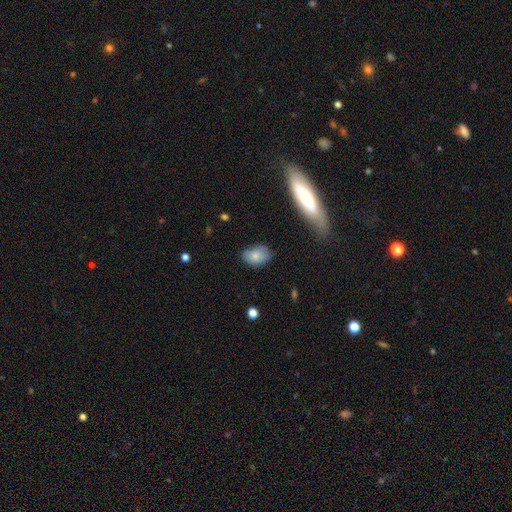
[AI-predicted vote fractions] Smooth or featured? Predicted: smooth (p=0.78). How rounded? Predicted: in between (p=0.85). Merging? Predicted: none (p=0.69).